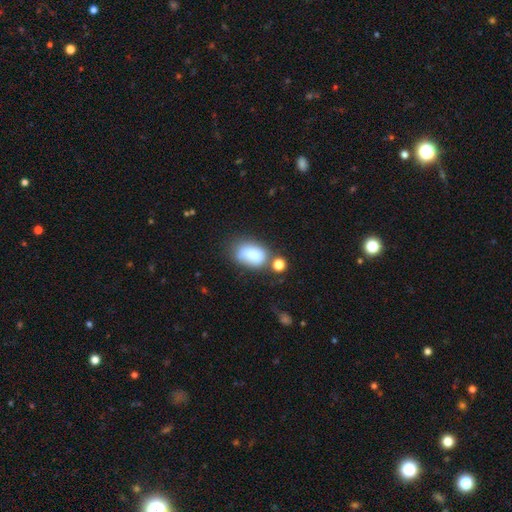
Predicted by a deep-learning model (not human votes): smooth_or_featured: smooth (p=0.73) [alt: featured or disk p=0.17]
how_rounded: in between (p=0.86) [alt: round p=0.11]
merging: none (p=0.41) [alt: minor disturbance p=0.25]